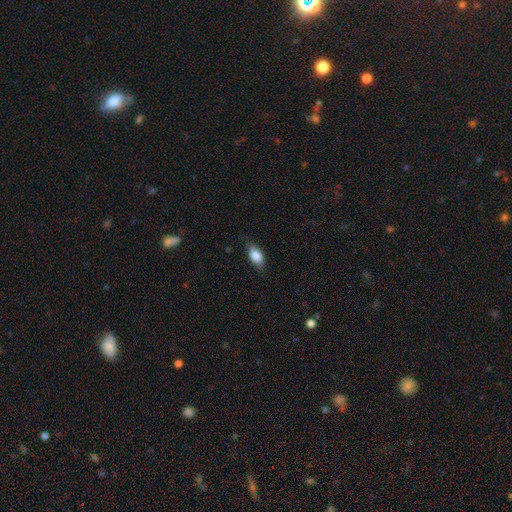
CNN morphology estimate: smooth 83%, featured or disk 10%, star or artifact 7%. Down the decision tree: how rounded — in between (86%); merging — none (77%).